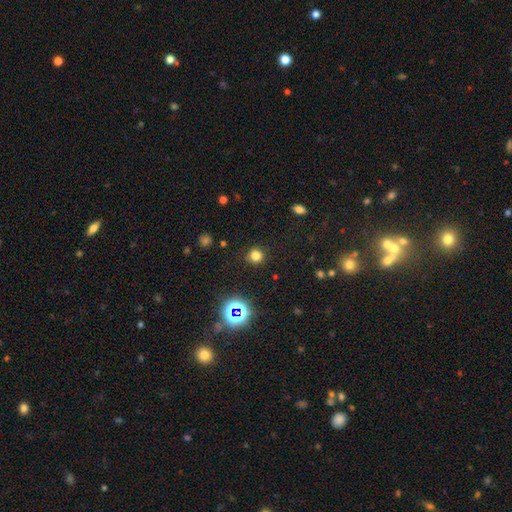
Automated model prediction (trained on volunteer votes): Overall: smooth (74%). How rounded: round (92%). Merging: none (89%).